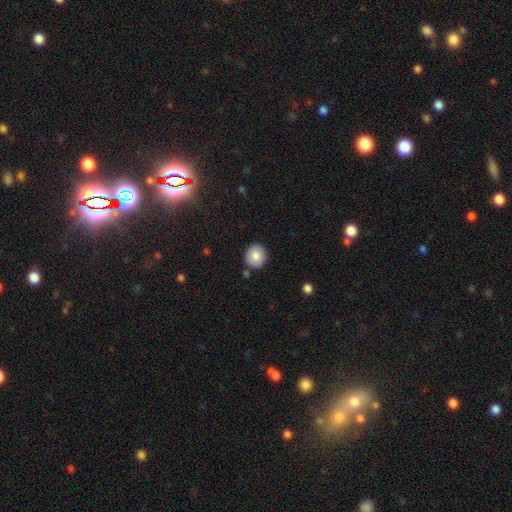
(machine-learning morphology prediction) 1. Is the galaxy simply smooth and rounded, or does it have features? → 81% smooth, 10% featured or disk, 8% star or artifact.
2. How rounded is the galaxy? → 86% round, 13% in between, 1% cigar-shaped.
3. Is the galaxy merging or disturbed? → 86% none, 9% minor disturbance, 3% merger, 2% major disturbance.